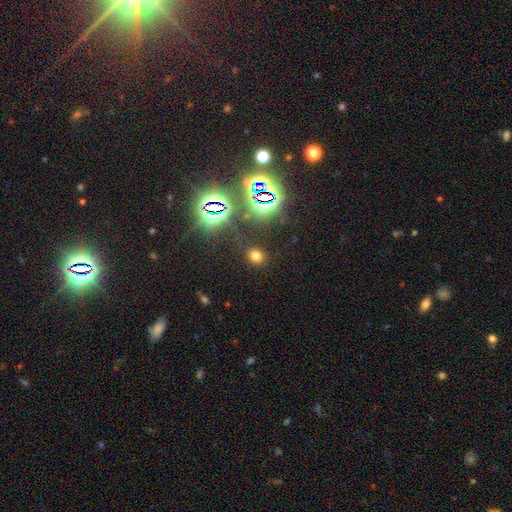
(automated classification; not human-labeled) A smooth galaxy with no disk features (65%) that is round (72%).

Vote fractions:
- Smooth or featured? smooth: 65% / star or artifact: 29% / featured or disk: 6%
- How rounded? round: 72% / in between: 27% / cigar-shaped: 1%
- Merging? none: 86% / minor disturbance: 8% / major disturbance: 4% / merger: 3%